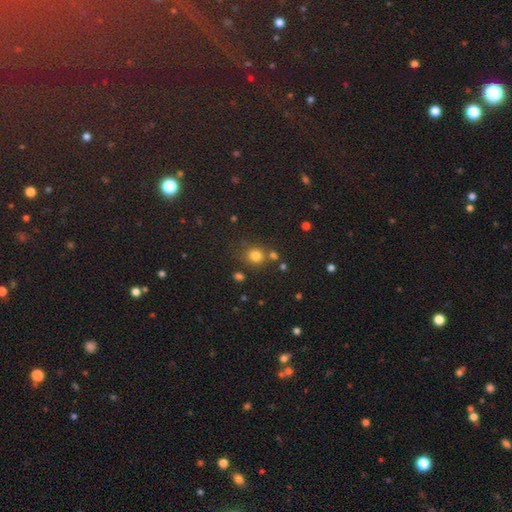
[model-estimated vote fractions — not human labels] The model was most divided on "merging": none: 69%, merger: 14%, minor disturbance: 12%, major disturbance: 5%. More confident: how rounded — round (84%); smooth or featured — smooth (78%).